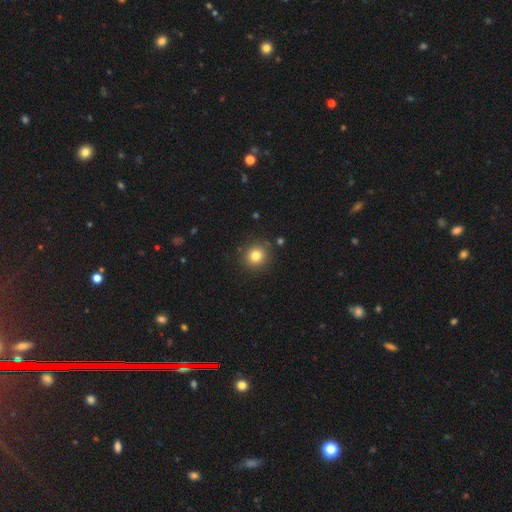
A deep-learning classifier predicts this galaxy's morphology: Overall: smooth (80%). How rounded: round (90%). Merging: none (88%).